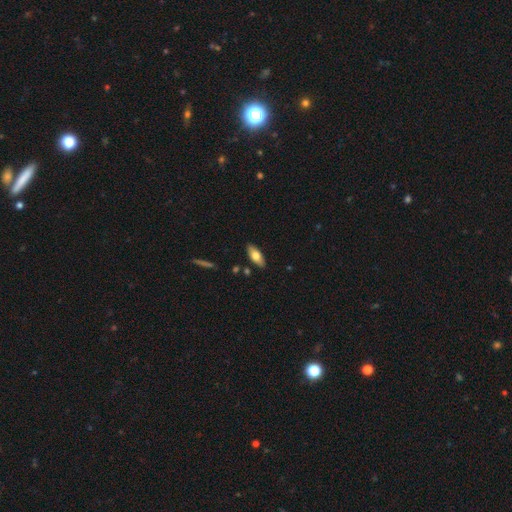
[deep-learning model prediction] Smooth or featured? Predicted: smooth (p=0.68). How rounded? Predicted: in between (p=0.82). Merging? Predicted: none (p=0.87).